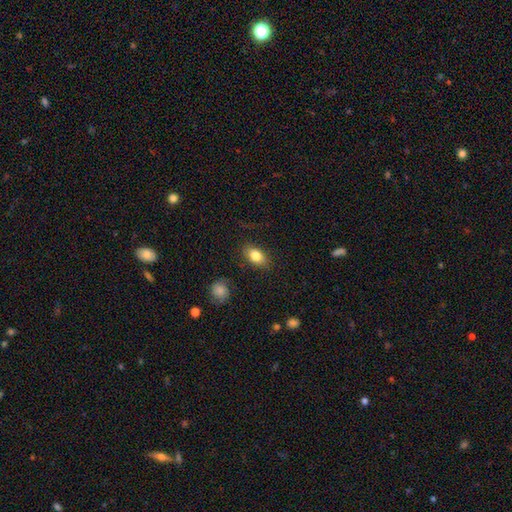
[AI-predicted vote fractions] smooth-or-featured: smooth: 82% | featured or disk: 10% | star or artifact: 8%
  how-rounded: in between: 87% | round: 11% | cigar-shaped: 2%
  merging: none: 83% | minor disturbance: 12% | major disturbance: 4% | merger: 2%